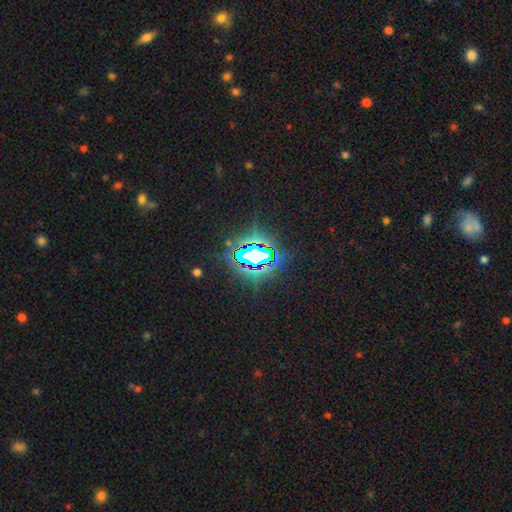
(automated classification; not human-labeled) Smooth or featured? star or artifact (79%)